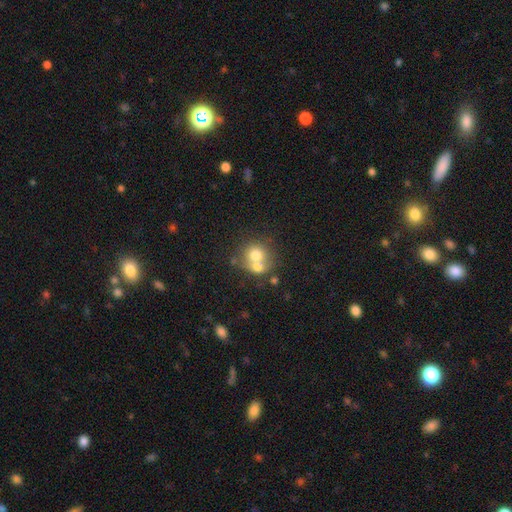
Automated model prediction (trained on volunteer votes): Overall: smooth (68%). How rounded: round (81%). Merging: merger (56%; none 33%).